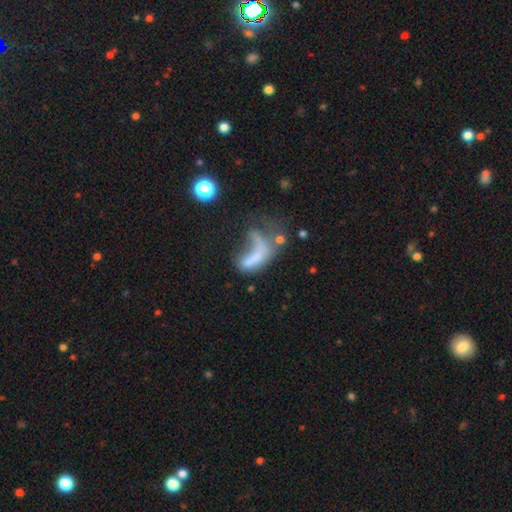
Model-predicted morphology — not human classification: Q: Smooth or featured?
A: smooth (48%); runner-up: featured or disk (38%)
Q: Merging?
A: major disturbance (49%); runner-up: merger (23%)